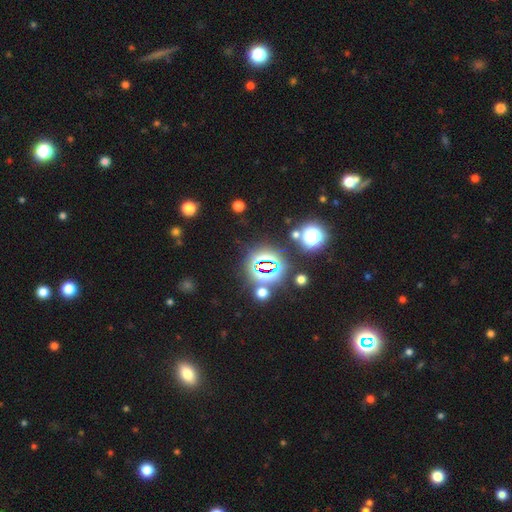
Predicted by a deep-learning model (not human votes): This appears to be a star or artifact, not a galaxy (71%).